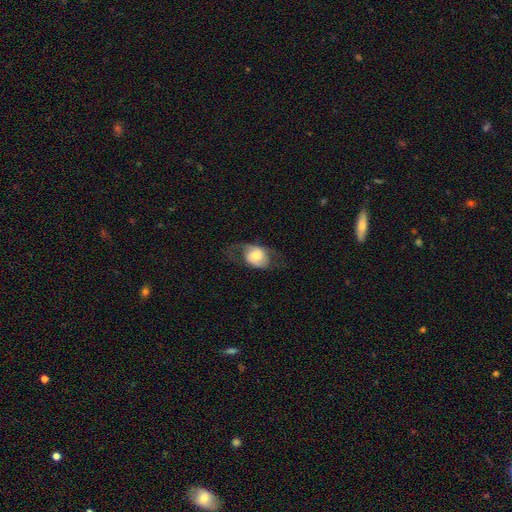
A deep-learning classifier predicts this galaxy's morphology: featured or disk 49%, smooth 43%, star or artifact 7%. Down the decision tree: merging — none (52%).